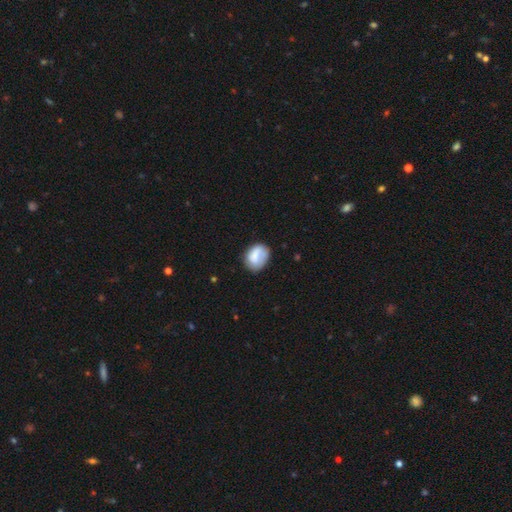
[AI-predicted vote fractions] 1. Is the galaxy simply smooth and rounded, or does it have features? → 75% smooth, 19% featured or disk, 7% star or artifact.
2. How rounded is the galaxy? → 58% in between, 41% round, 1% cigar-shaped.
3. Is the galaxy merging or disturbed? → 60% none, 27% minor disturbance, 10% major disturbance, 3% merger.